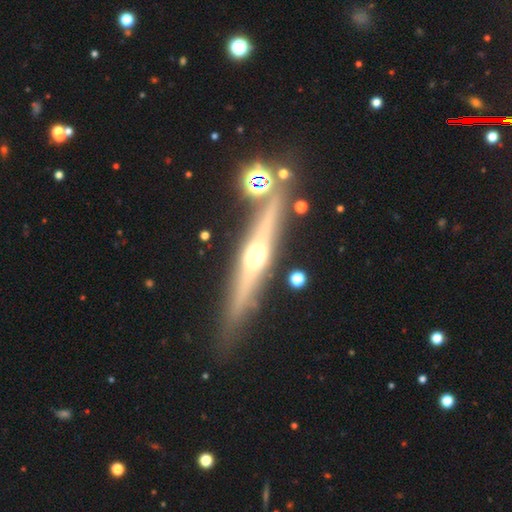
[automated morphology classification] This appears to be a featured or disk galaxy (75%) viewed edge-on (96%) with a rounded central bulge (90%). Merging: none (83%).